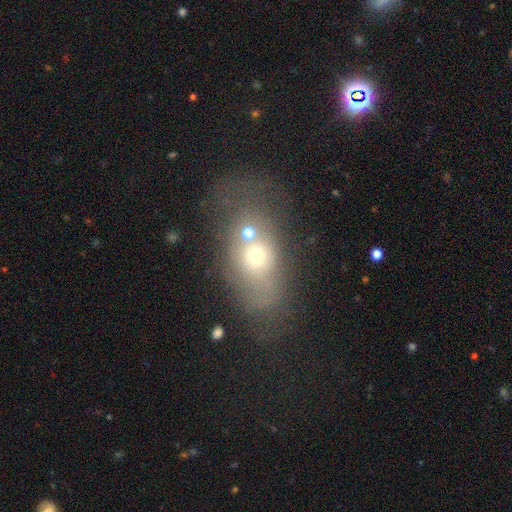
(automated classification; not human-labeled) The model was most divided on "merging": none: 32%, merger: 29%, major disturbance: 21%, minor disturbance: 18%. More confident: how rounded — in between (70%); smooth or featured — smooth (56%).